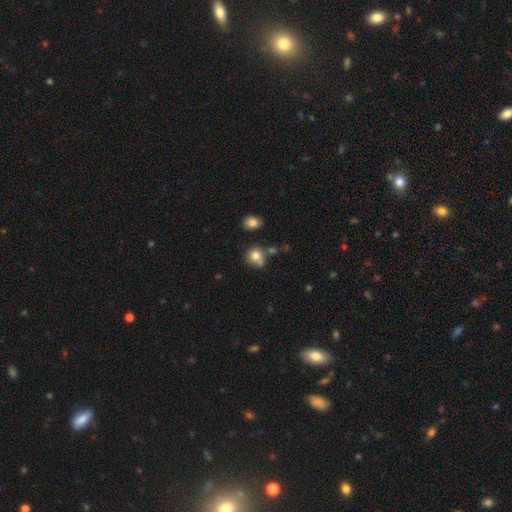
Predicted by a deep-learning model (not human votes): Smooth or featured: smooth — 78% (star or artifact — 12%)
How rounded: round — 82% (in between — 17%)
Merging: none — 58% (merger — 19%)